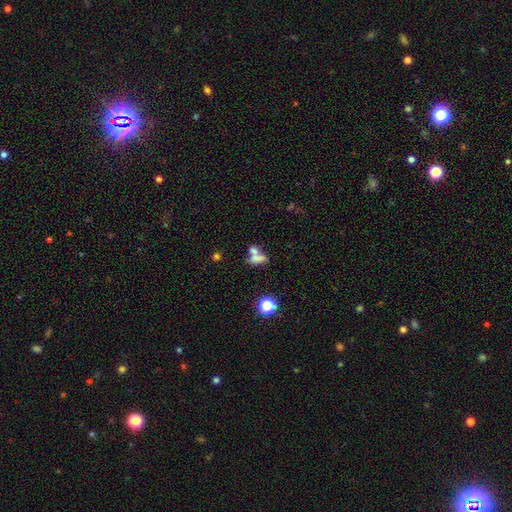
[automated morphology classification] Smooth or featured? smooth (64%)
How rounded? in between (59%)
Merging? merger (54%)